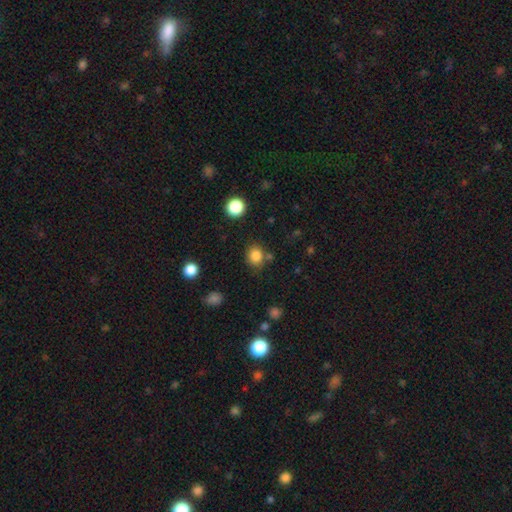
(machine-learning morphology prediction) Smooth or featured? smooth (83%)
How rounded? round (73%)
Merging? none (76%)